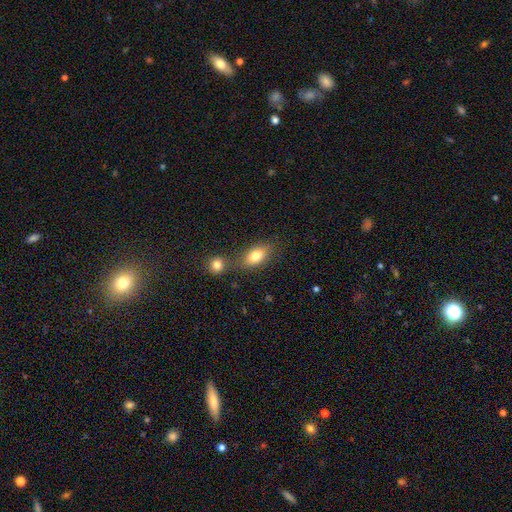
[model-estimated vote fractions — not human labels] Morphology: type=smooth (80%); roundness=in between (85%); merging=none (58%).